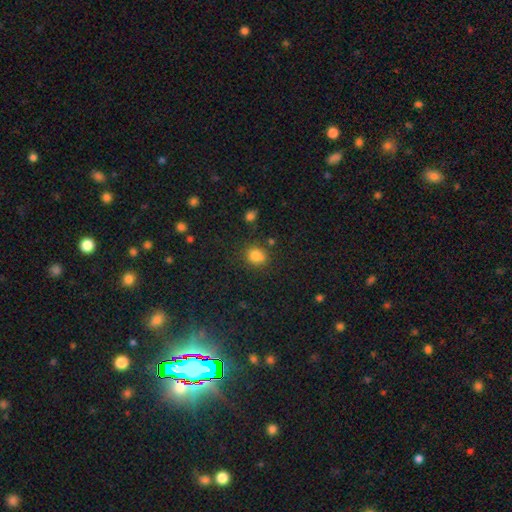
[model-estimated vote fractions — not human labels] smooth-or-featured: smooth: 82% | star or artifact: 13% | featured or disk: 5%
  how-rounded: round: 71% | in between: 28% | cigar-shaped: 1%
  merging: none: 77% | minor disturbance: 13% | merger: 6% | major disturbance: 4%